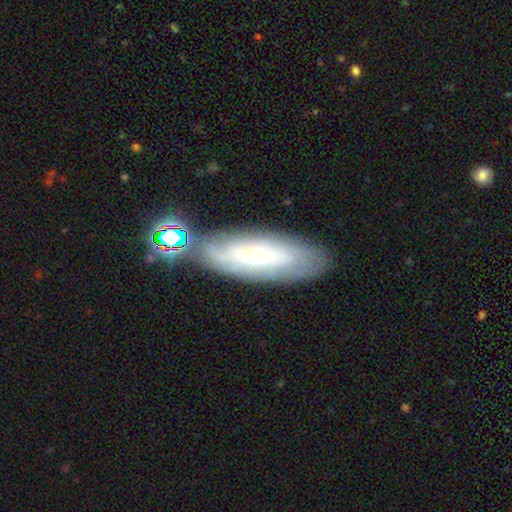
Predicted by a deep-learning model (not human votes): This is possibly a featured or disk galaxy (54%). It is likely not viewed edge-on (72%). Merging: likely none (68%).